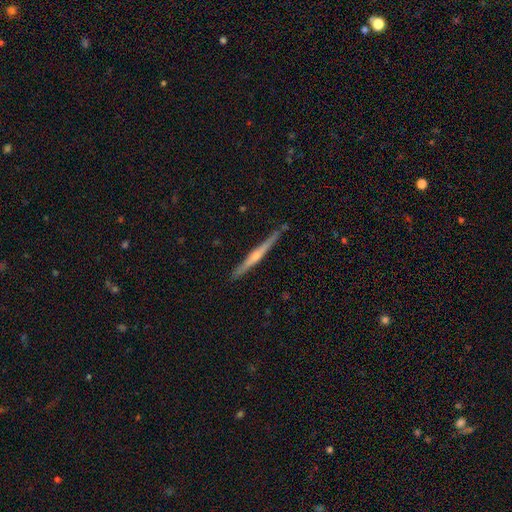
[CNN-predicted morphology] smooth-or-featured: featured or disk: 71% | smooth: 23% | star or artifact: 6%
  disk-edge-on: yes: 98% | no: 2%
    edge-on-bulge: rounded: 76% | none: 18% | boxy: 6%
  merging: none: 89% | minor disturbance: 8% | merger: 2% | major disturbance: 1%